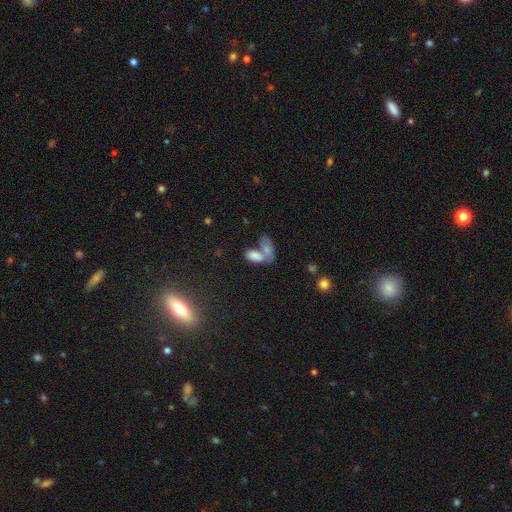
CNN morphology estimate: smooth 76%, featured or disk 13%, star or artifact 11%. Down the decision tree: how rounded — in between (90%); merging — merger (59%).